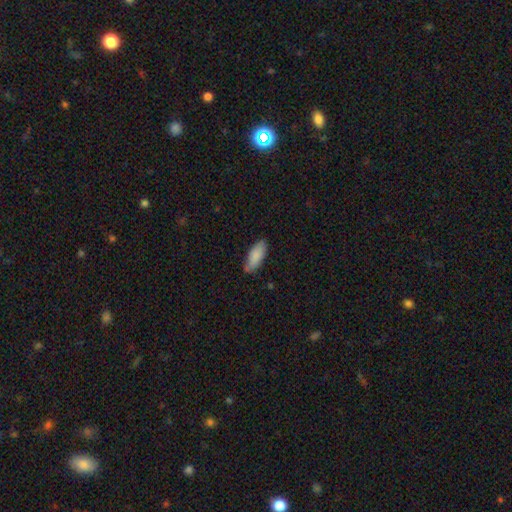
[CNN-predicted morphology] Smooth or featured? Predicted: smooth (p=0.85). How rounded? Predicted: in between (p=0.79). Merging? Predicted: none (p=0.73).